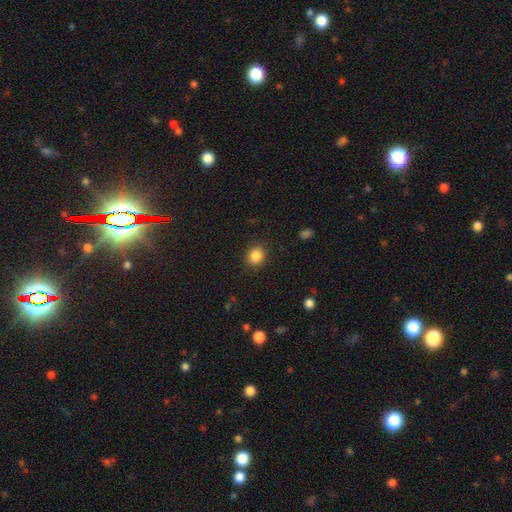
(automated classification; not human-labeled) This appears to be a smooth galaxy with no disk features (86%) that is round (70%). Merging: none (89%).